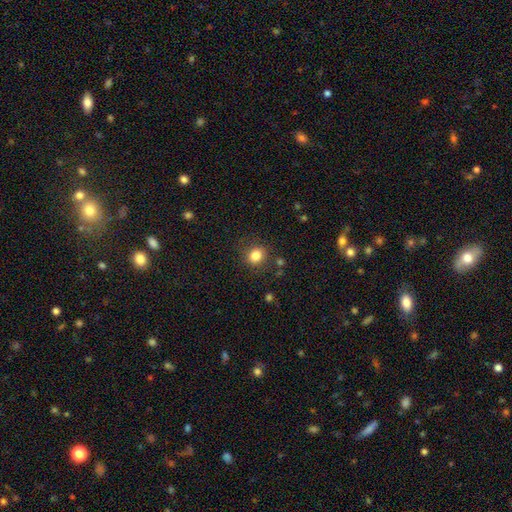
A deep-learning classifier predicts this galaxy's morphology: smooth_or_featured: smooth (p=0.82) [alt: star or artifact p=0.12]
how_rounded: round (p=0.79) [alt: in between p=0.20]
merging: none (p=0.86) [alt: minor disturbance p=0.09]